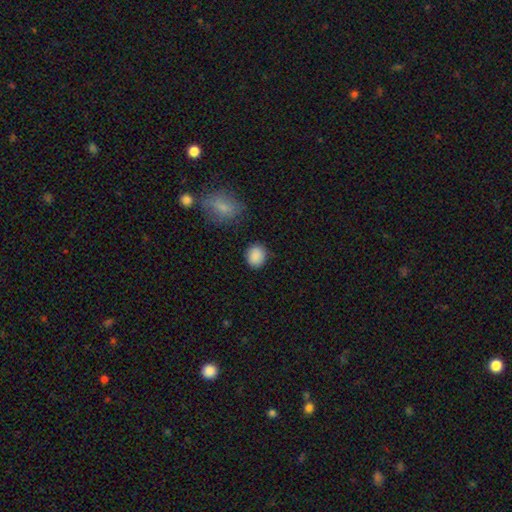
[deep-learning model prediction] This appears to be a smooth galaxy with no disk features (88%) that is round (61%). Merging: none (84%).